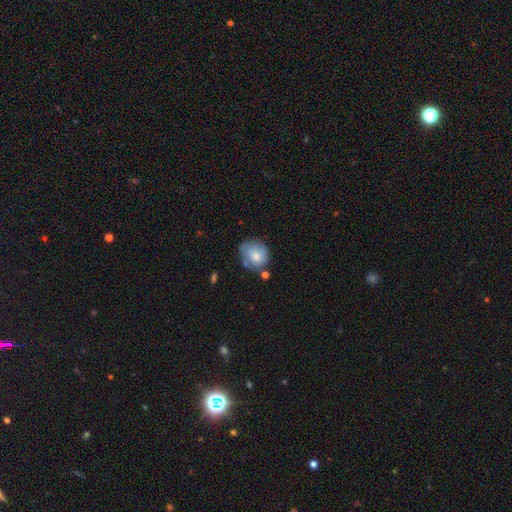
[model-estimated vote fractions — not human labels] Q: Smooth or featured?
A: smooth (67%); runner-up: featured or disk (25%)
Q: How rounded?
A: round (60%); runner-up: in between (39%)
Q: Merging?
A: none (51%); runner-up: minor disturbance (29%)